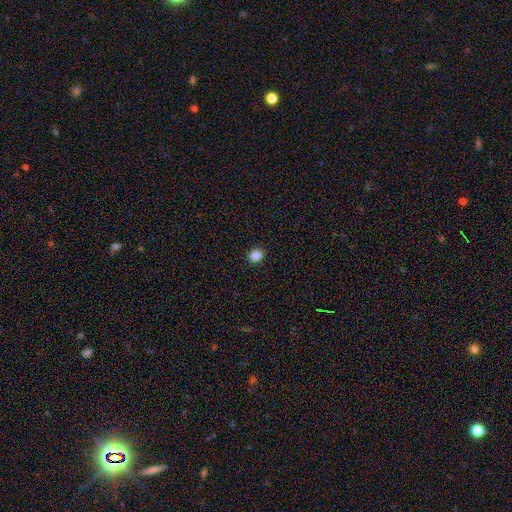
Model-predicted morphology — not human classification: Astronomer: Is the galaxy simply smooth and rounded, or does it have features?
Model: smooth — 86%.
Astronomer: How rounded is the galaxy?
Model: round — 69%.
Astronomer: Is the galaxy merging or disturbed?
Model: none — 91%.